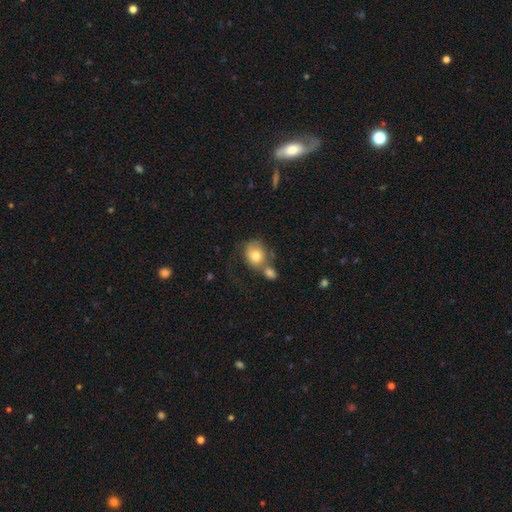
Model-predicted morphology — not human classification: Q: Smooth or featured?
A: smooth (77%); runner-up: featured or disk (15%)
Q: How rounded?
A: round (69%); runner-up: in between (30%)
Q: Merging?
A: merger (42%); runner-up: none (33%)